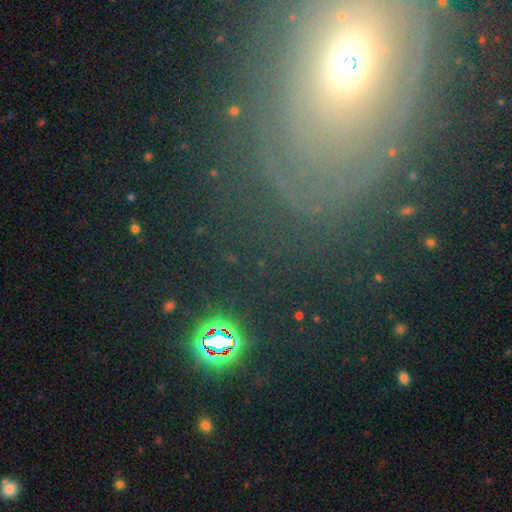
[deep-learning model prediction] Overall: star or artifact (56%; featured or disk 23%).